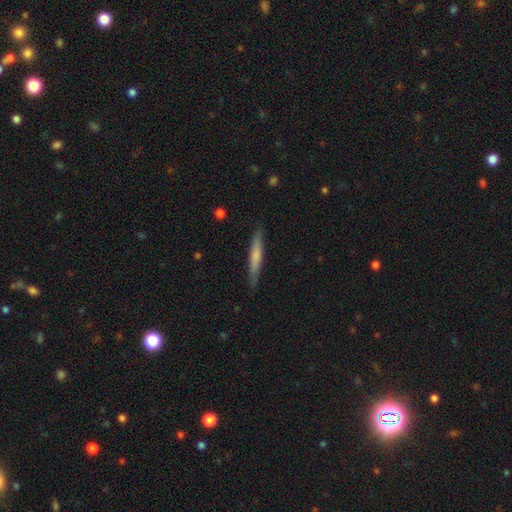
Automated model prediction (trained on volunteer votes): smooth 62%, featured or disk 33%, star or artifact 5%. Down the decision tree: how rounded — cigar-shaped (94%); merging — none (87%).